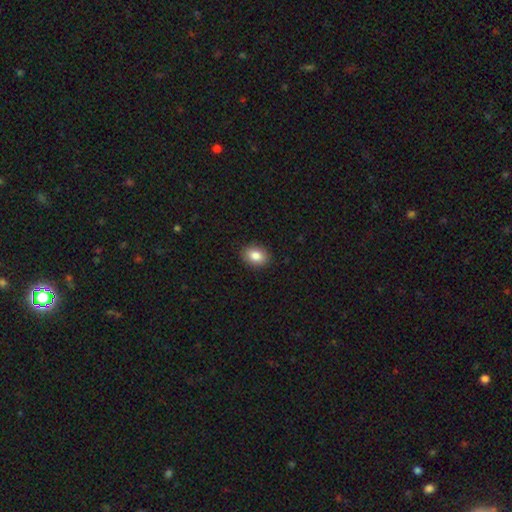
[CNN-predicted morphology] type=smooth (85%); roundness=in between (72%); merging=none (90%).